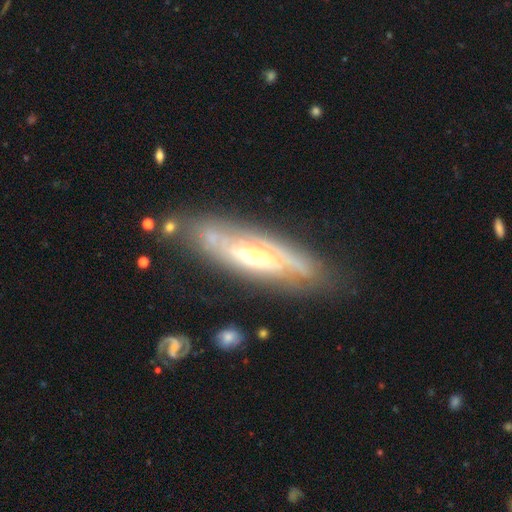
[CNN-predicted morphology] type=featured or disk (78%); edge-on=no (70%); bar=no (58%); spiral arms=yes (79%); bulge=moderate (59%); merging=none (74%).